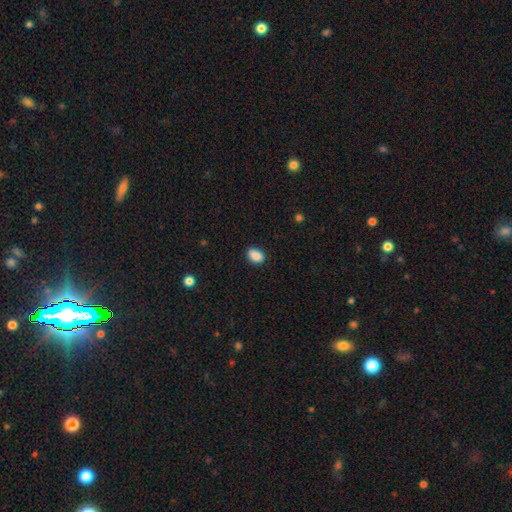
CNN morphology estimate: Q: Smooth or featured?
A: smooth (88%); runner-up: star or artifact (8%)
Q: How rounded?
A: in between (79%); runner-up: round (20%)
Q: Merging?
A: none (83%); runner-up: minor disturbance (14%)